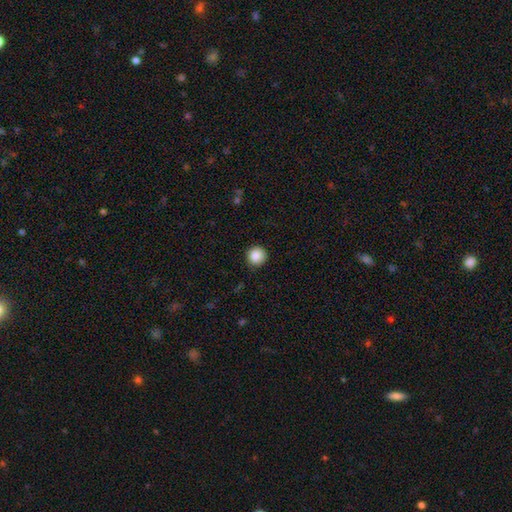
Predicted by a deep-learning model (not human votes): A smooth galaxy with no disk features (88%) that is round (95%). Merging: none (91%).